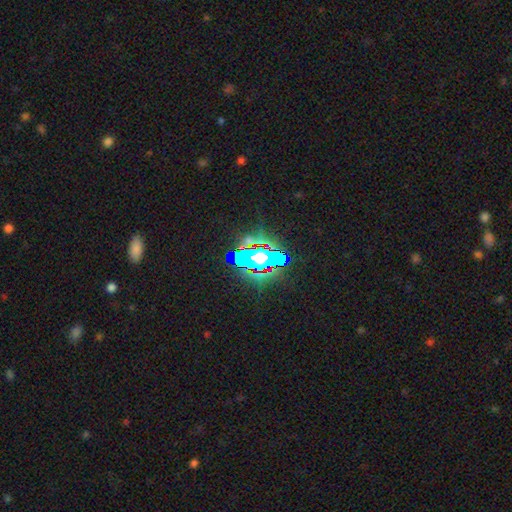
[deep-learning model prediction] This appears to be a star or artifact, not a galaxy (65%).